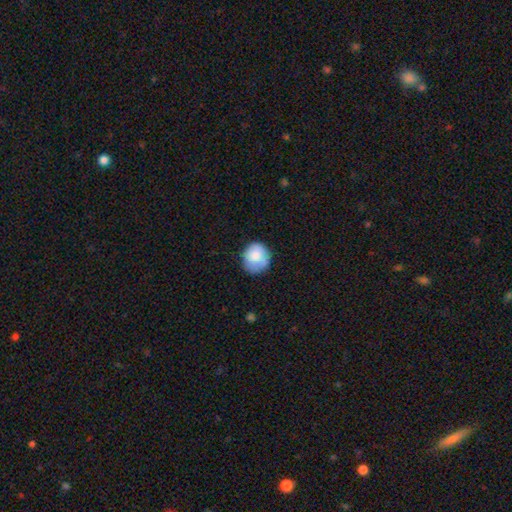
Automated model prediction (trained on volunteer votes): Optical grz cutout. It shows a smooth galaxy with no disk features (80%) that is round (81%). Merging: none (70%).